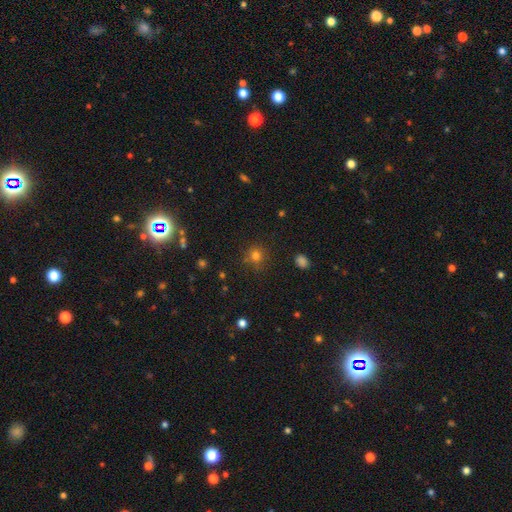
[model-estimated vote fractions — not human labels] Smooth or featured? smooth (75%)
How rounded? round (89%)
Merging? none (80%)